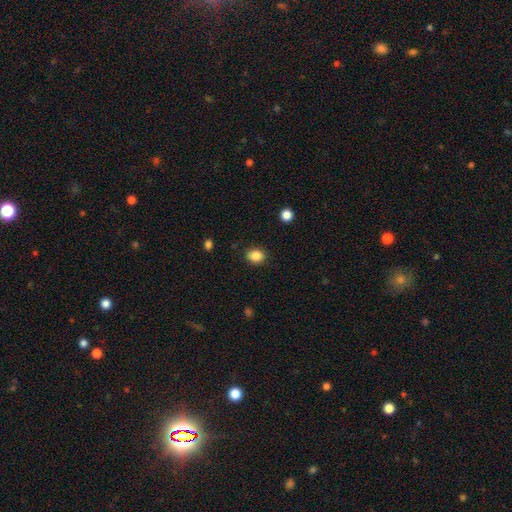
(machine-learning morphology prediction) A smooth galaxy with no disk features (87%) that is round (56%). Merging: none (88%).